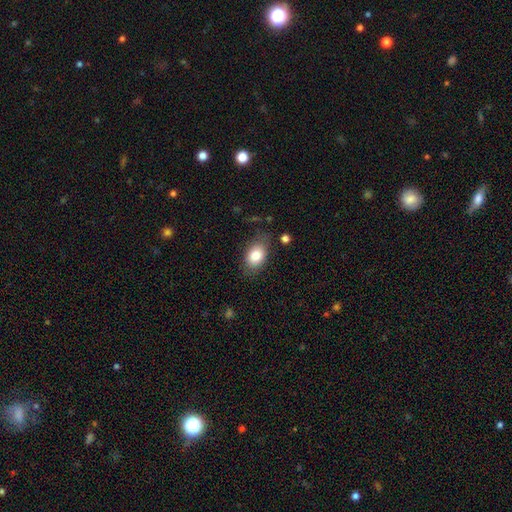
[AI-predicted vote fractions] A smooth galaxy with no disk features (81%) that is in between round and cigar-shaped (86%).

Vote fractions:
- Smooth or featured? smooth: 81% / featured or disk: 11% / star or artifact: 7%
- How rounded? in between: 86% / round: 13% / cigar-shaped: 1%
- Merging? none: 74% / minor disturbance: 17% / major disturbance: 6% / merger: 2%